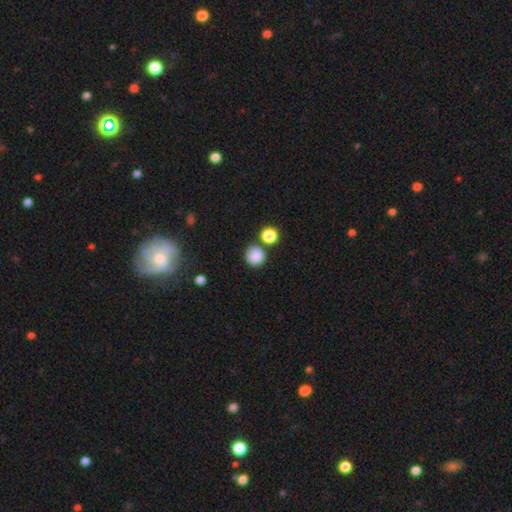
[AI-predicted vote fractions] Smooth or featured?
  - smooth: 85% *
  - star or artifact: 10%
  - featured or disk: 5%
How rounded?
  - round: 89% *
  - in between: 10%
  - cigar-shaped: 1%
Merging?
  - none: 72% *
  - merger: 12%
  - minor disturbance: 12%
  - major disturbance: 4%